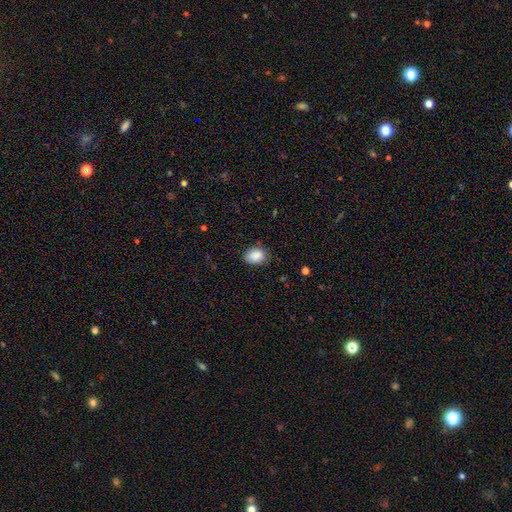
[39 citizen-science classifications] smooth-or-featured: smooth: 92% | star or artifact: 5% | featured or disk: 3%
  how-rounded: in between: 81% | round: 19% | cigar-shaped: 0%
  merging: none: 81% | minor disturbance: 14% | major disturbance: 3% | merger: 3%